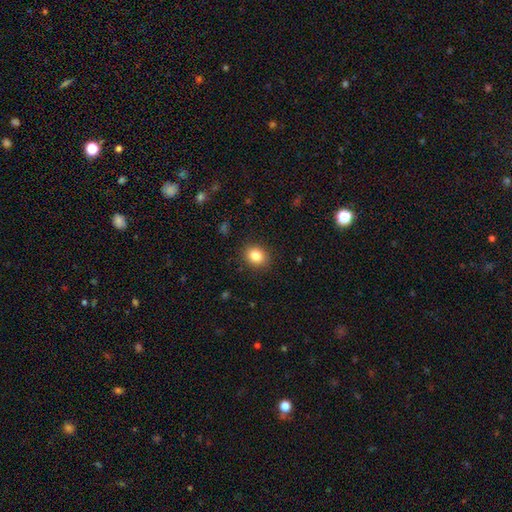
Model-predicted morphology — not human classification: type=smooth (85%); roundness=round (58%); merging=none (88%).